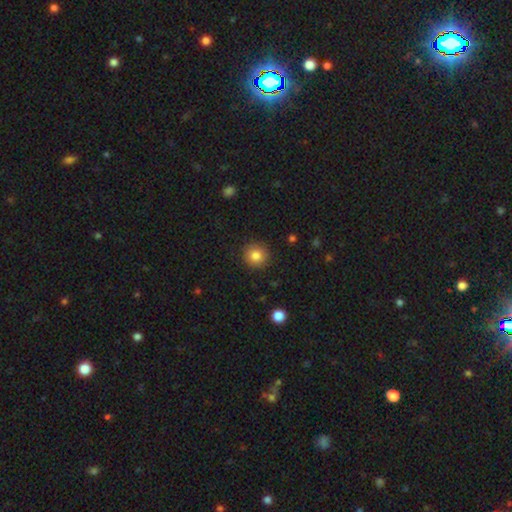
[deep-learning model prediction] Morphology: type=smooth (83%); roundness=round (93%); merging=none (90%).